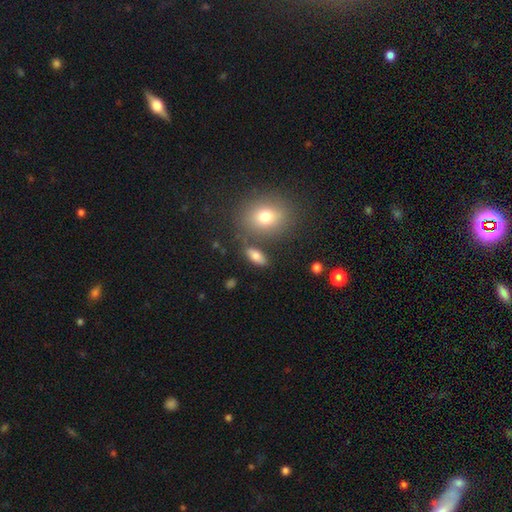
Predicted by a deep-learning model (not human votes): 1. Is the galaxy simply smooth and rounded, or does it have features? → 77% smooth, 13% featured or disk, 10% star or artifact.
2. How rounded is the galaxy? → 77% in between, 13% cigar-shaped, 9% round.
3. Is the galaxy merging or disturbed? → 76% none, 12% minor disturbance, 8% merger, 4% major disturbance.